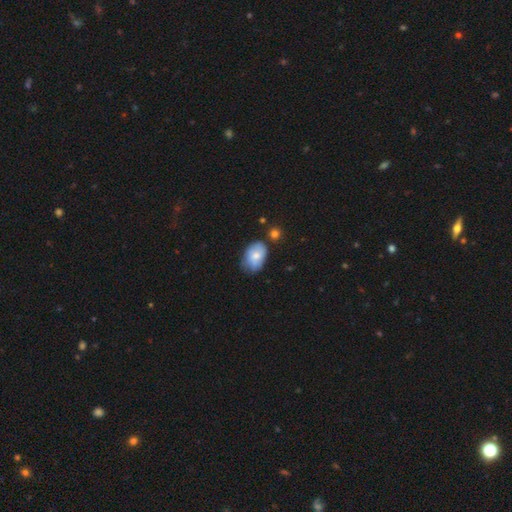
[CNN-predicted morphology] smooth 71%, featured or disk 21%, star or artifact 7%. Down the decision tree: how rounded — in between (85%); merging — none (58%).